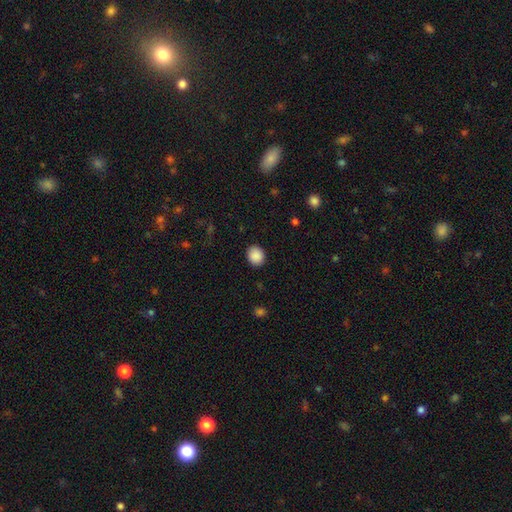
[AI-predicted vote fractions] A smooth galaxy with no disk features (89%) that is round (62%). Merging: none (89%).